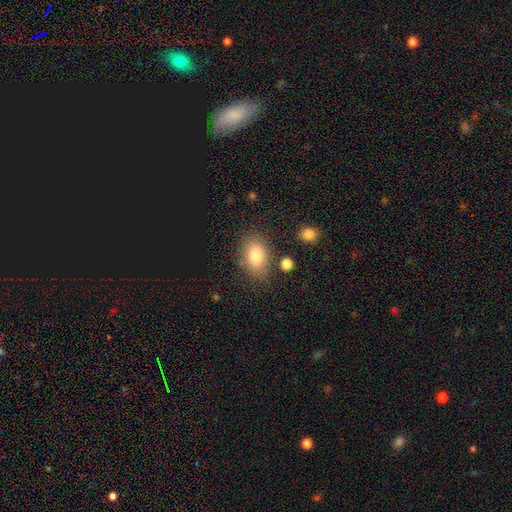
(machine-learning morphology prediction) Smooth or featured? Predicted: smooth (p=0.82). How rounded? Predicted: in between (p=0.83). Merging? Predicted: none (p=0.77).